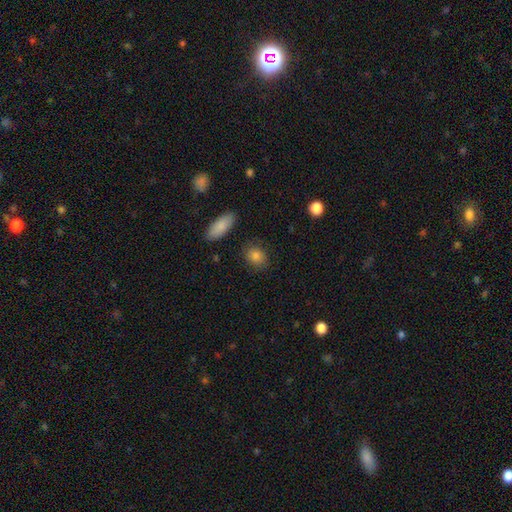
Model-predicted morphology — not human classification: Overall: smooth (84%). How rounded: round (55%; in between 44%). Merging: none (83%).